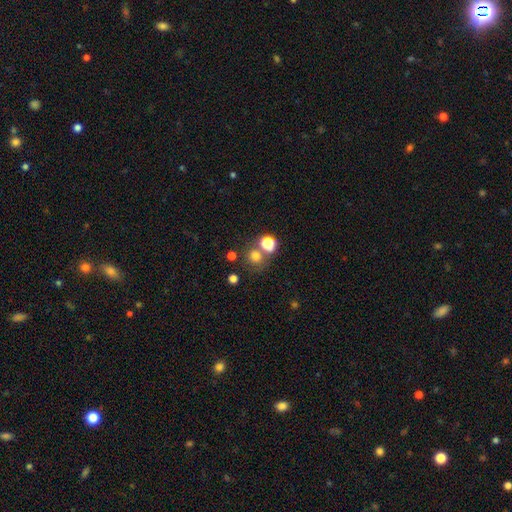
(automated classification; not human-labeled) Morphology: type=smooth (73%); roundness=round (85%); merging=none (62%).